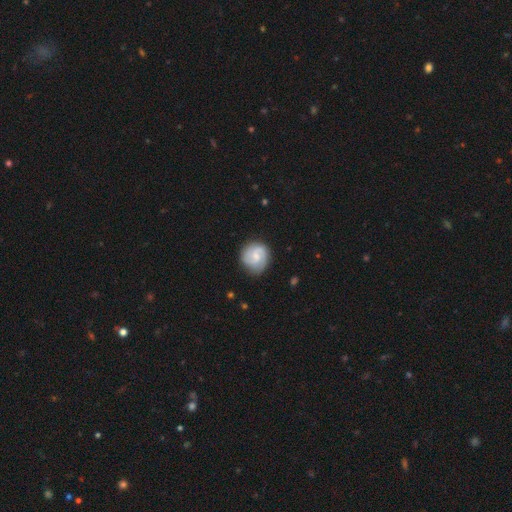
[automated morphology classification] This appears to be a featured or disk galaxy (63%) with a weak bar (50%), 2 (68%) medium (43%) spiral arms (92%) and a small central bulge (51%). Merging: none (79%).